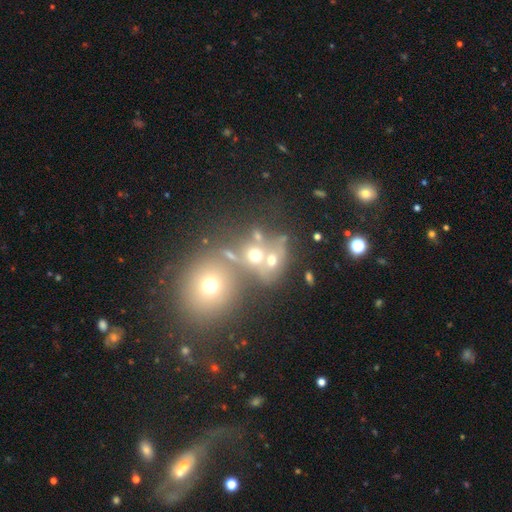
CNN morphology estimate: type=smooth (56%); roundness=round (71%); merging=merger (48%).